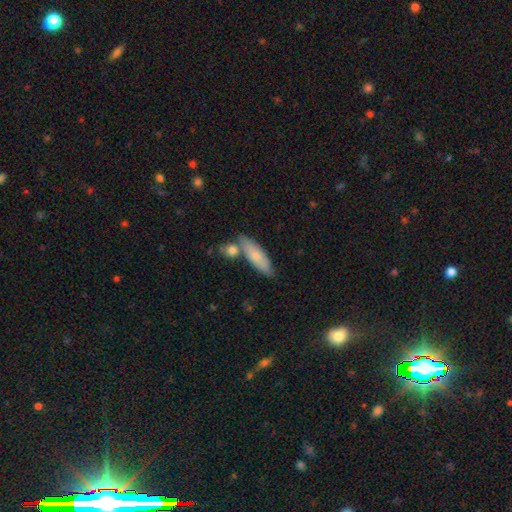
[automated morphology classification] This appears to be a smooth galaxy with no disk features (75%) that is in between round and cigar-shaped (51%). Merging: none (63%).